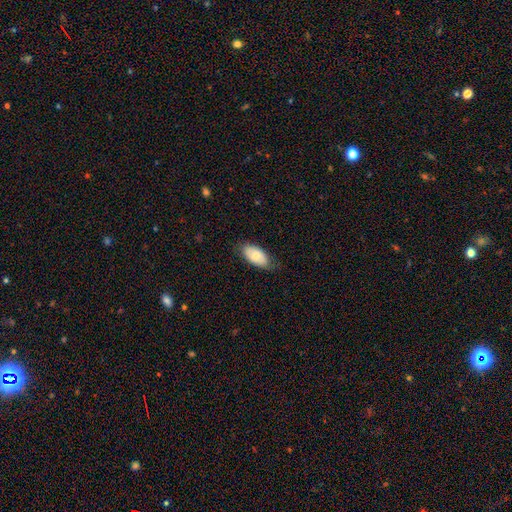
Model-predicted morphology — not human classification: Smooth or featured: smooth — 75% (featured or disk — 19%)
How rounded: in between — 94% (cigar-shaped — 3%)
Merging: none — 77% (minor disturbance — 19%)